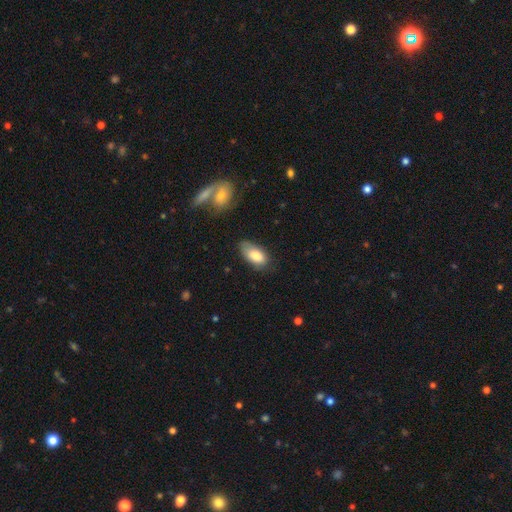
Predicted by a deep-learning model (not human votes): Smooth or featured? Predicted: smooth (p=0.82). How rounded? Predicted: in between (p=0.92). Merging? Predicted: none (p=0.61).